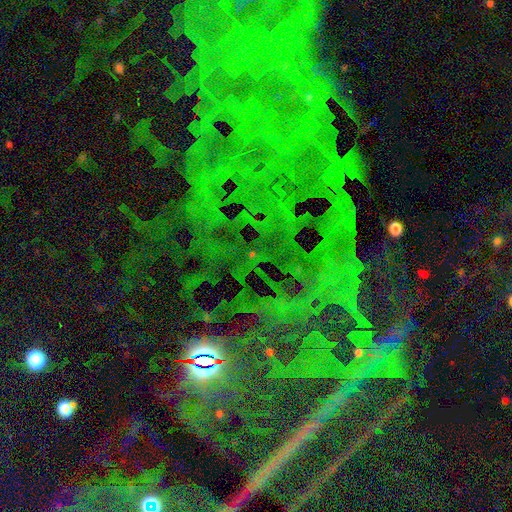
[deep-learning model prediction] Smooth or featured? Predicted: star or artifact (p=0.84).